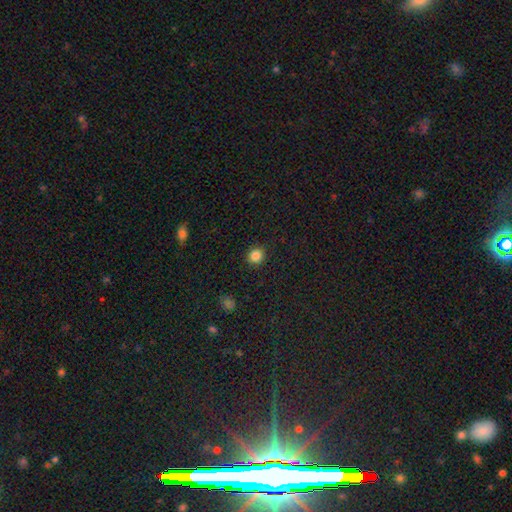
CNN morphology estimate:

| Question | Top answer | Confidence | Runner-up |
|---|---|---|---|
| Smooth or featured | smooth | 85% | star or artifact (11%) |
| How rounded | round | 91% | in between (8%) |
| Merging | none | 92% | minor disturbance (5%) |